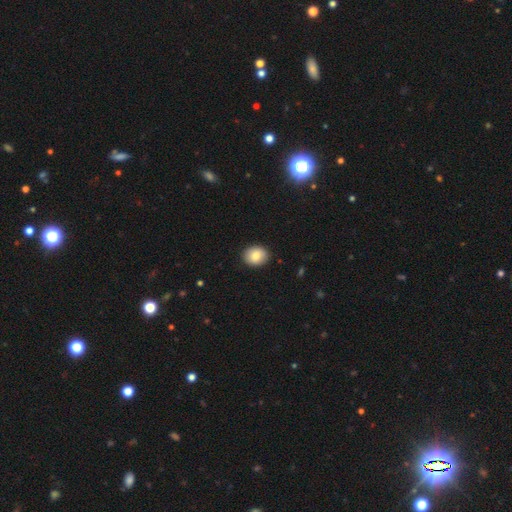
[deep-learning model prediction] The model was most divided on "how rounded": round: 52%, in between: 47%, cigar-shaped: 1%. More confident: merging — none (90%); smooth or featured — smooth (83%).